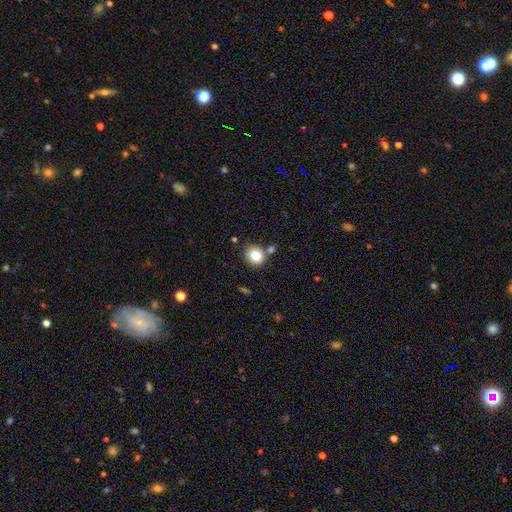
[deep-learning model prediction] Smooth or featured? smooth (81%)
How rounded? round (79%)
Merging? none (76%)